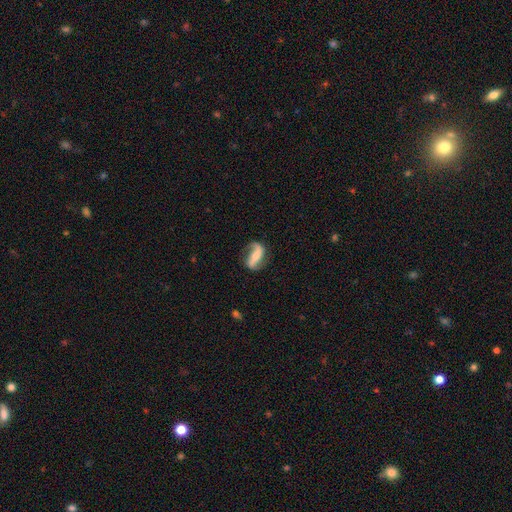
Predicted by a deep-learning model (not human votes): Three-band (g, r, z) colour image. It shows a featured or disk galaxy (78%) with a strong bar (48%), 2 (85%) loose (66%) spiral arms (93%) and a small central bulge (50%). Merging: none (70%).